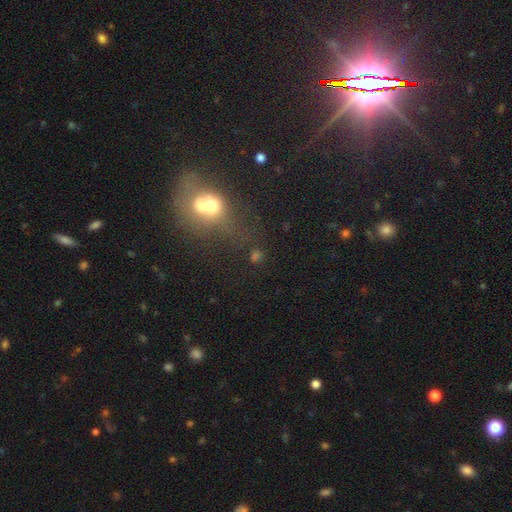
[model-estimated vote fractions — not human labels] Smooth or featured? smooth (57%)
How rounded? round (67%)
Merging? merger (42%)